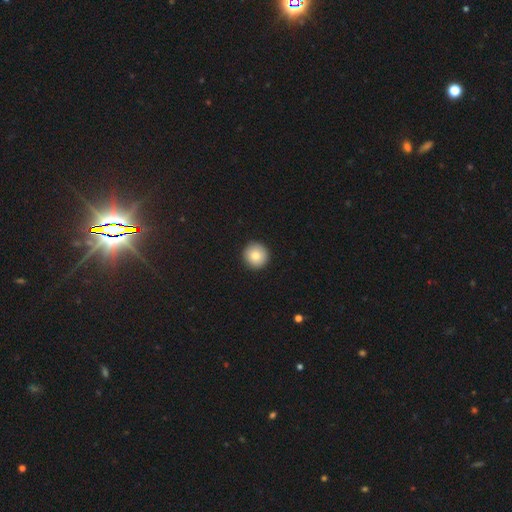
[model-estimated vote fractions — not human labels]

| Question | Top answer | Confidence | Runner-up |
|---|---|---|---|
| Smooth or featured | smooth | 83% | featured or disk (9%) |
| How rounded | round | 96% | in between (3%) |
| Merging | none | 93% | minor disturbance (5%) |